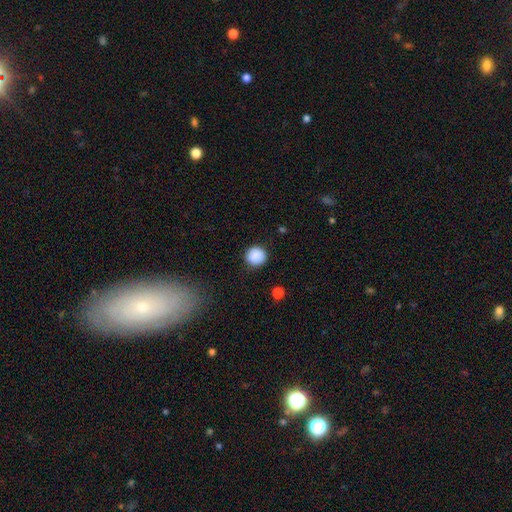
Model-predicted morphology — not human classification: This appears to be a smooth galaxy with no disk features (88%) that is round (92%). Merging: none (87%).